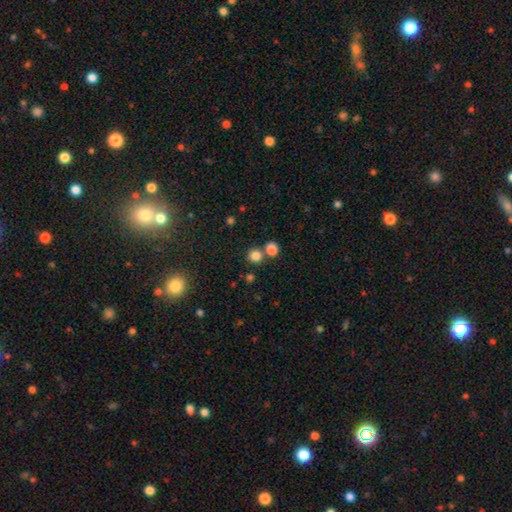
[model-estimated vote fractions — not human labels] A smooth galaxy with no disk features (82%) that is round (86%). Merging: none (64%).